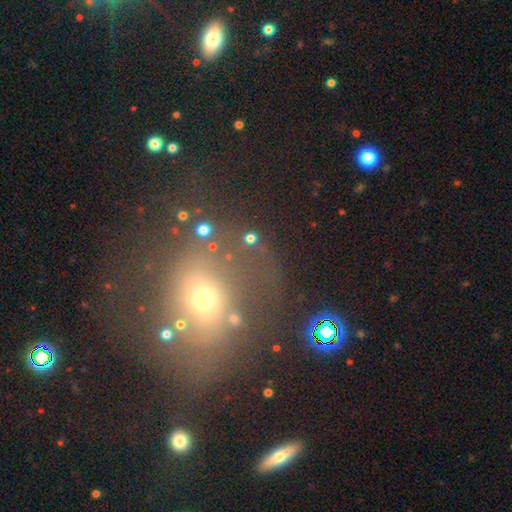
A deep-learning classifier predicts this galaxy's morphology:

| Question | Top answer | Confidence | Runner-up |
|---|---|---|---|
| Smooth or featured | smooth | 46% | star or artifact (28%) |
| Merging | none | 64% | minor disturbance (17%) |